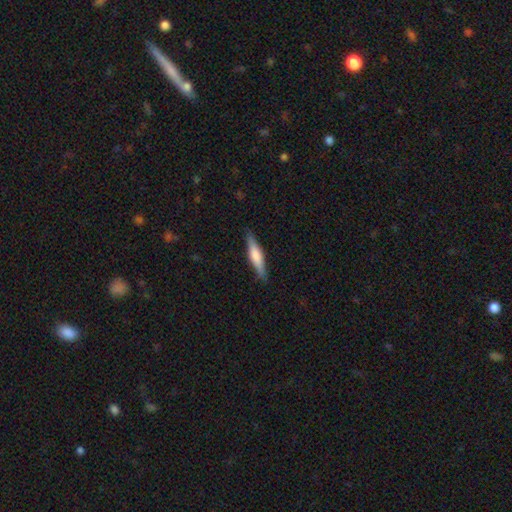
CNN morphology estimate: A smooth galaxy with no disk features (55%) that is cigar-shaped (81%). Merging: none (87%).